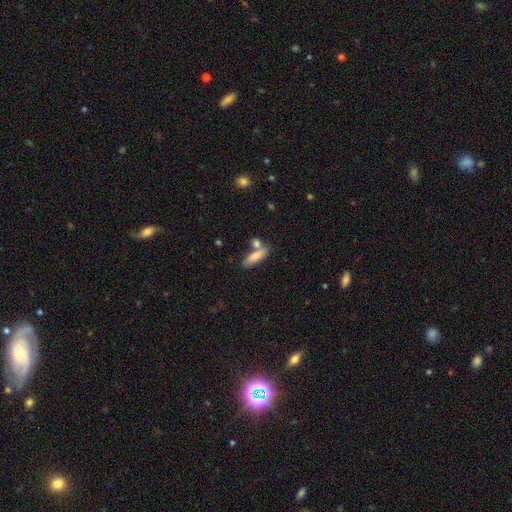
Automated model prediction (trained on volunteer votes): This appears to be a smooth galaxy with no disk features (82%) that is in between round and cigar-shaped (54%). Merging: none (58%).